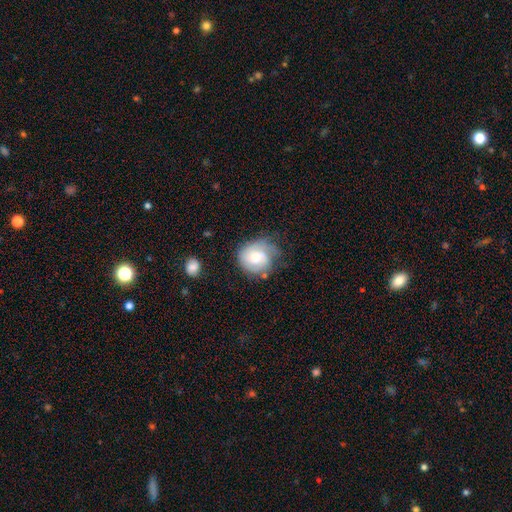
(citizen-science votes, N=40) Smooth or featured? featured or disk (65%)
Edge-on disk? no (100%)
Bar? weak (54%)
Spiral arms? yes (85%)
Spiral winding? medium (50%)
Spiral arm count? 2 (50%)
Bulge size? moderate (58%)
Merging? none (39%, tied with minor disturbance)